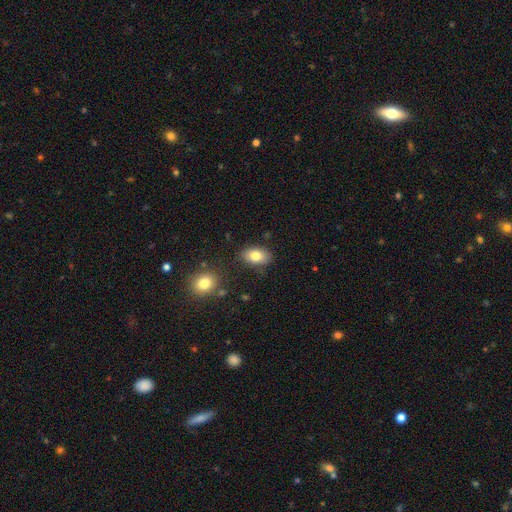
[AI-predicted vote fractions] Smooth or featured?
  - smooth: 80% *
  - featured or disk: 12%
  - star or artifact: 8%
How rounded?
  - in between: 89% *
  - round: 9%
  - cigar-shaped: 2%
Merging?
  - none: 83% *
  - minor disturbance: 12%
  - merger: 3%
  - major disturbance: 3%